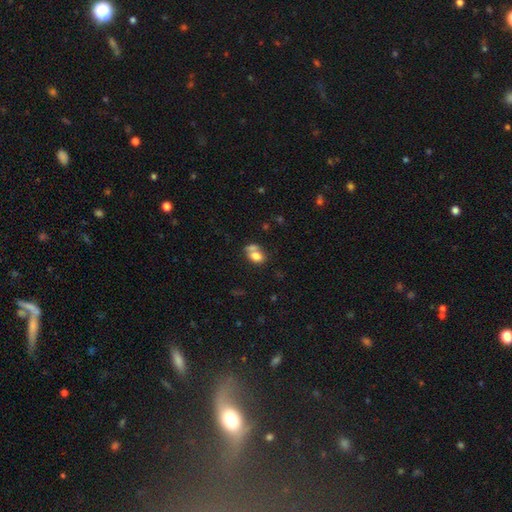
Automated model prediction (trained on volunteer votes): Smooth or featured: smooth — 75% (featured or disk — 15%)
How rounded: in between — 70% (round — 29%)
Merging: merger — 41% (none — 34%)